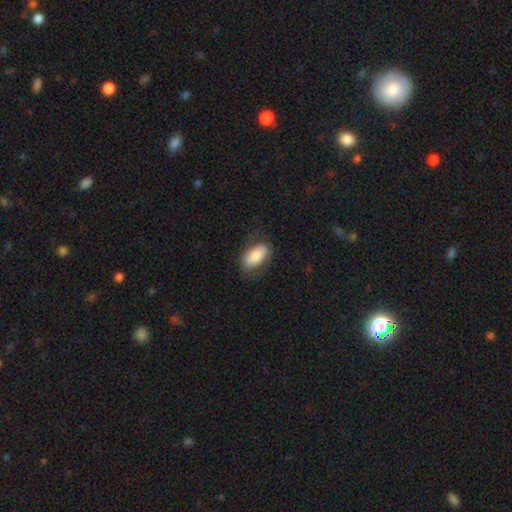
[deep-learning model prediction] This is likely a smooth galaxy (78%). How rounded: clearly in between (91%). Merging: likely none (75%).